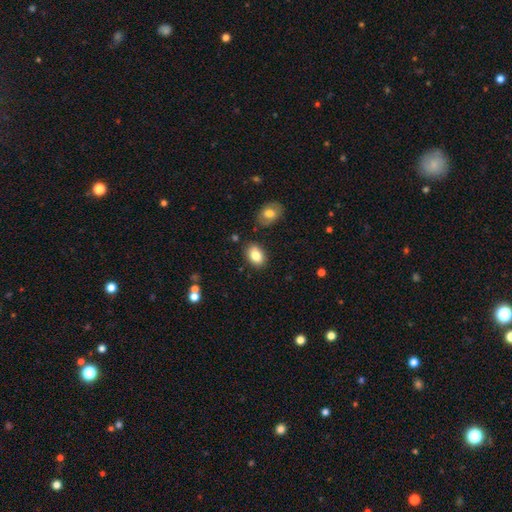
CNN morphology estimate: This appears to be a smooth galaxy with no disk features (83%) that is in between round and cigar-shaped (83%). Merging: none (83%).